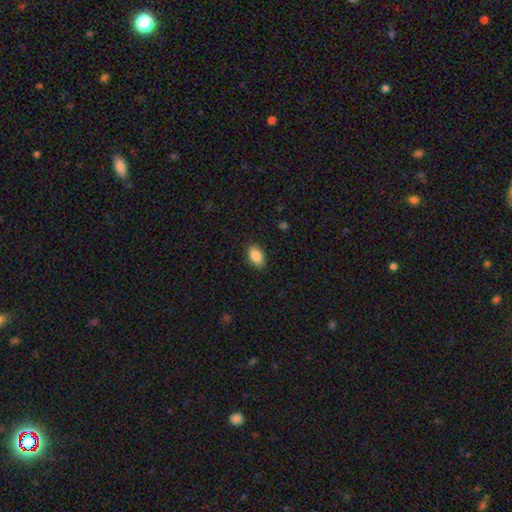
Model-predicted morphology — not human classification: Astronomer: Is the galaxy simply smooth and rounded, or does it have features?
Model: smooth — 88%.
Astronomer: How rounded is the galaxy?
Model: in between — 92%.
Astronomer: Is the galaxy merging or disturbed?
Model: none — 88%.